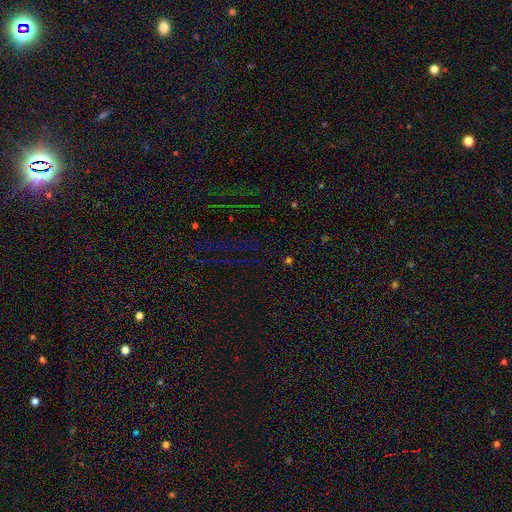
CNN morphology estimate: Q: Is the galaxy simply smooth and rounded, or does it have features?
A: star or artifact — 71%.